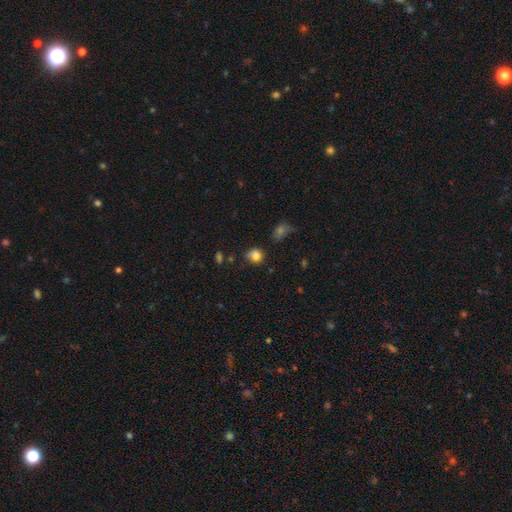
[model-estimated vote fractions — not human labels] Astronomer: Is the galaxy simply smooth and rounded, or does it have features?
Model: smooth — 81%.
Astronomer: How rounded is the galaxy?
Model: round — 70%.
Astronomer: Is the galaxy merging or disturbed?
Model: none — 55%.